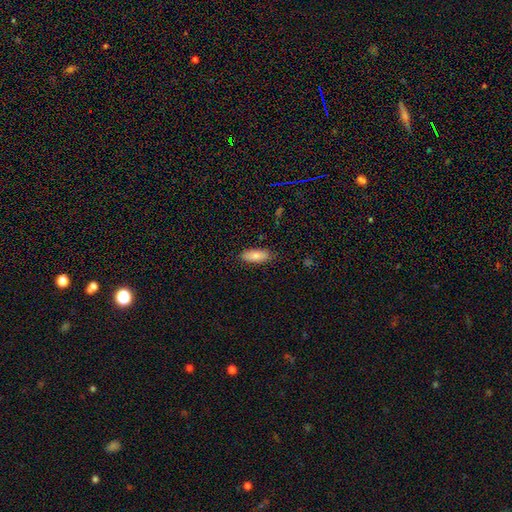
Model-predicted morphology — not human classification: smooth_or_featured: smooth (p=0.82) [alt: featured or disk p=0.11]
how_rounded: in between (p=0.80) [alt: cigar-shaped p=0.18]
merging: none (p=0.85) [alt: minor disturbance p=0.12]